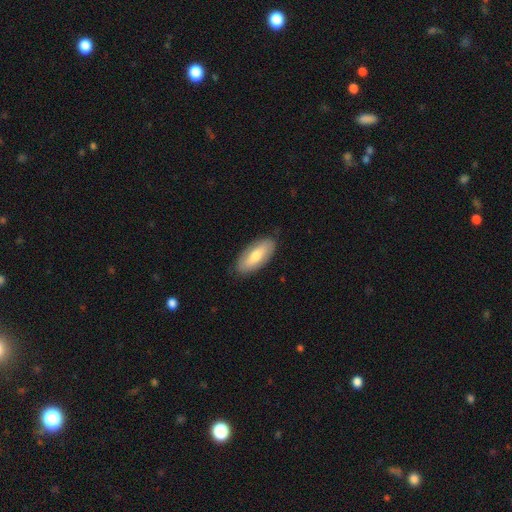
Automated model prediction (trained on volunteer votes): smooth_or_featured: smooth (p=0.66) [alt: featured or disk p=0.29]
how_rounded: in between (p=0.83) [alt: cigar-shaped p=0.15]
merging: none (p=0.87) [alt: minor disturbance p=0.10]